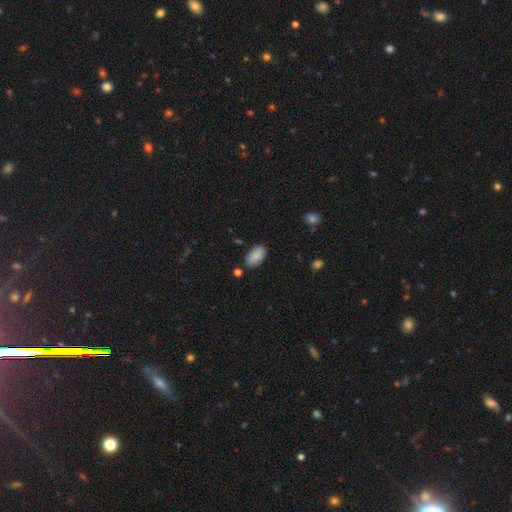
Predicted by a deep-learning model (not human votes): Q: Smooth or featured?
A: smooth (86%); runner-up: featured or disk (7%)
Q: How rounded?
A: in between (94%); runner-up: round (4%)
Q: Merging?
A: none (81%); runner-up: minor disturbance (13%)